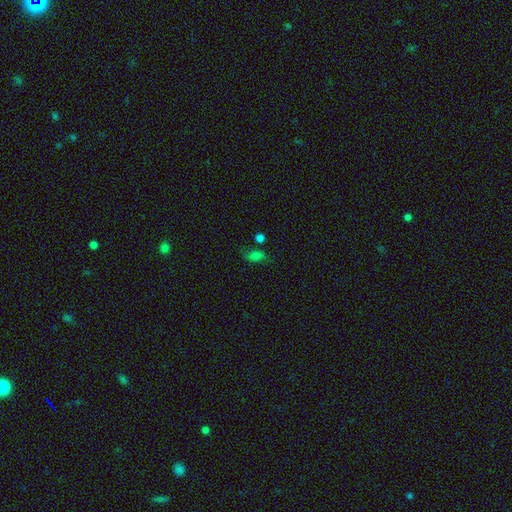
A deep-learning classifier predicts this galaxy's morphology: Smooth or featured?
  - smooth: 71% *
  - star or artifact: 20%
  - featured or disk: 9%
How rounded?
  - in between: 83% *
  - round: 12%
  - cigar-shaped: 5%
Merging?
  - none: 62% *
  - minor disturbance: 21%
  - merger: 9%
  - major disturbance: 7%